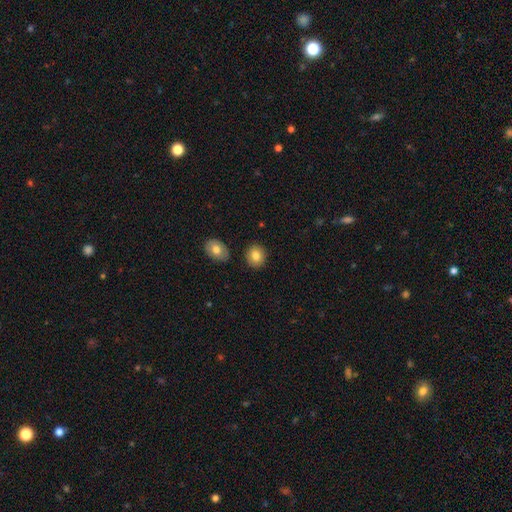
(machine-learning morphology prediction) Smooth or featured: smooth — 82% (featured or disk — 9%)
How rounded: round — 73% (in between — 26%)
Merging: none — 86% (minor disturbance — 8%)